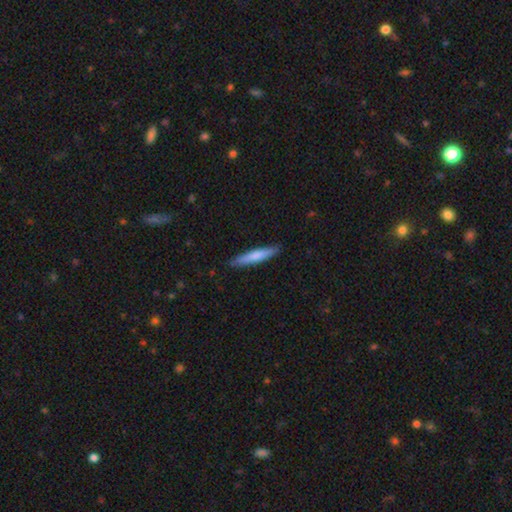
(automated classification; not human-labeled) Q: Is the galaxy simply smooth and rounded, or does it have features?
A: smooth — 71%.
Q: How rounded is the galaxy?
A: cigar-shaped — 92%.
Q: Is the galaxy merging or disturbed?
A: none — 88%.